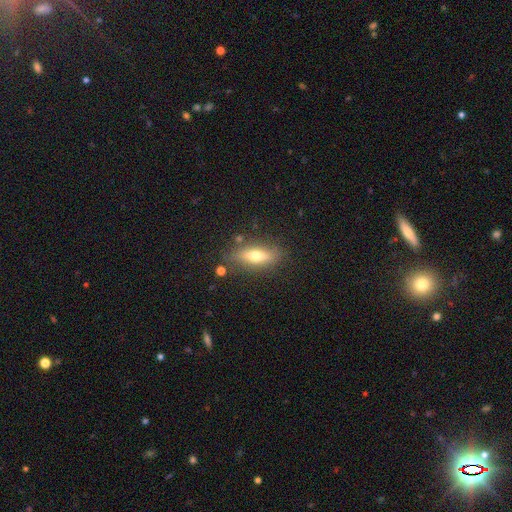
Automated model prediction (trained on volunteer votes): Smooth or featured? Predicted: smooth (p=0.58). How rounded? Predicted: in between (p=0.58). Merging? Predicted: none (p=0.81).